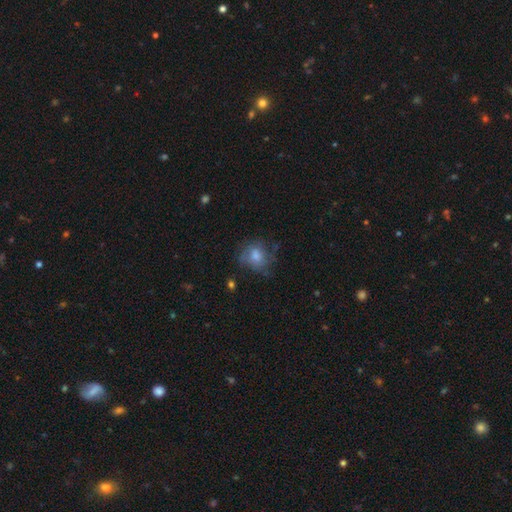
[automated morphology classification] A smooth galaxy with no disk features (60%) that is round (65%). Merging: none (52%).